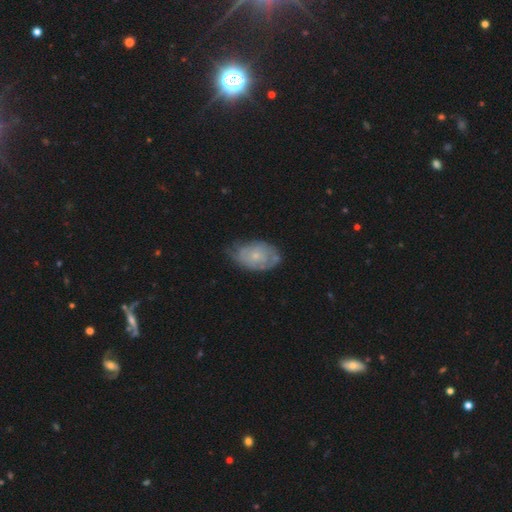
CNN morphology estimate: This is possibly a featured or disk galaxy (52%). It is clearly not viewed edge-on (95%). Merging: possibly none (57%).